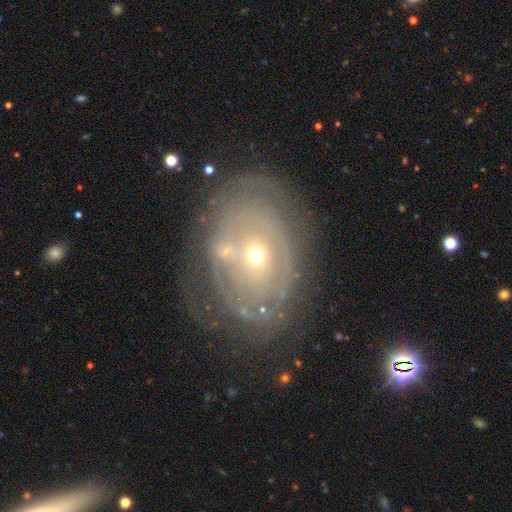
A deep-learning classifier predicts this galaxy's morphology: Smooth or featured: featured or disk — 73% (smooth — 19%)
Edge-on disk: no — 95% (yes — 5%)
Bar: no — 78% (weak — 16%)
Spiral arms: yes — 62% (no — 38%)
Bulge size: small — 49% (moderate — 46%)
Merging: none — 57% (minor disturbance — 21%)